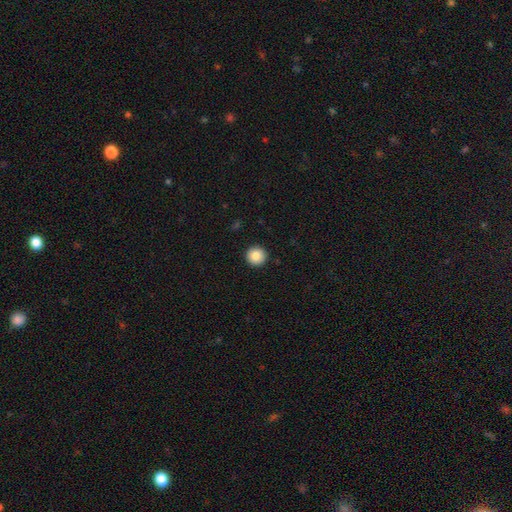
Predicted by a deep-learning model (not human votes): Smooth or featured? Predicted: smooth (p=0.86). How rounded? Predicted: round (p=0.96). Merging? Predicted: none (p=0.94).